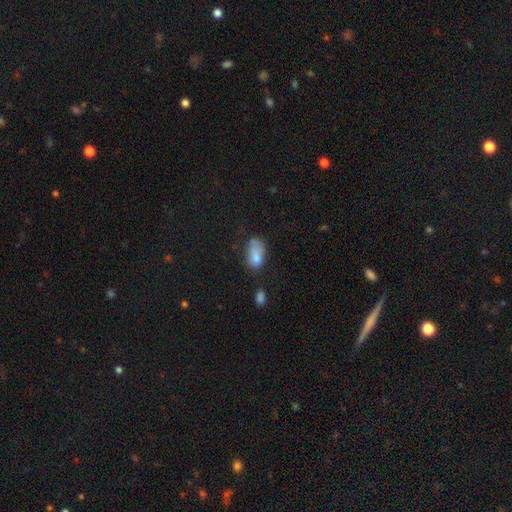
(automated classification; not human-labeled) Q: Smooth or featured?
A: smooth (77%); runner-up: featured or disk (13%)
Q: How rounded?
A: in between (90%); runner-up: round (7%)
Q: Merging?
A: none (33%); runner-up: minor disturbance (32%)